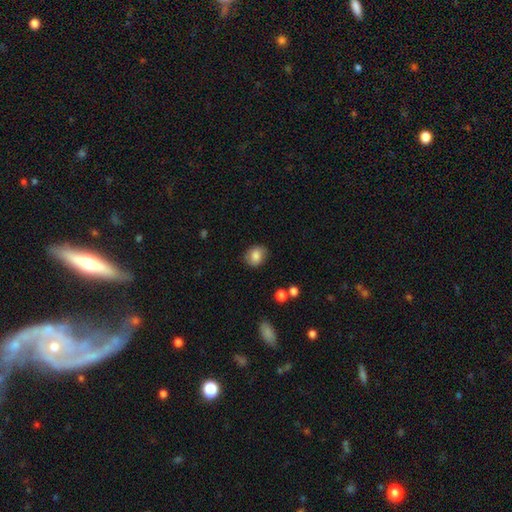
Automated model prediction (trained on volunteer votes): This appears to be a smooth galaxy with no disk features (78%) that is in between round and cigar-shaped (54%). Merging: none (79%).